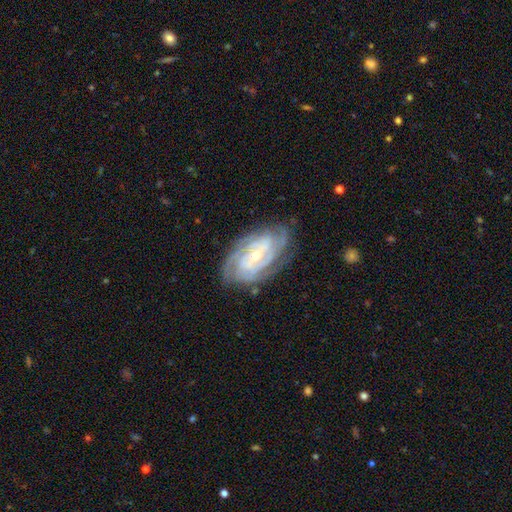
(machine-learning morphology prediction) Q: Smooth or featured?
A: featured or disk (89%); runner-up: smooth (6%)
Q: Edge-on disk?
A: no (96%); runner-up: yes (4%)
Q: Bar?
A: no (43%); runner-up: weak (39%)
Q: Spiral arms?
A: yes (97%); runner-up: no (3%)
Q: Spiral winding?
A: tight (70%); runner-up: medium (26%)
Q: Spiral arm count?
A: 3 (31%); runner-up: 2 (20%)
Q: Bulge size?
A: small (54%); runner-up: moderate (43%)
Q: Merging?
A: none (77%); runner-up: minor disturbance (17%)